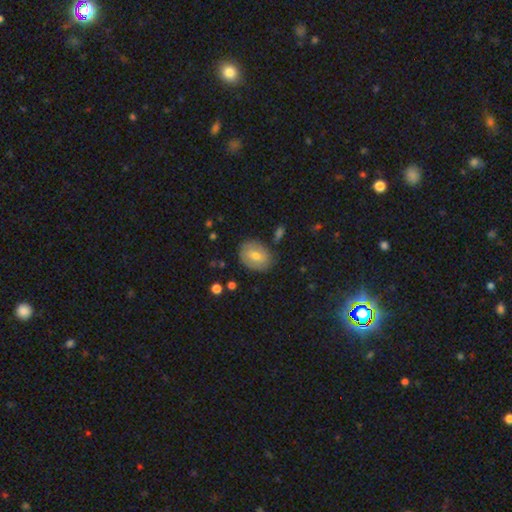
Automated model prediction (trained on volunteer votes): The model was most divided on "smooth or featured": smooth: 60%, featured or disk: 33%, star or artifact: 7%. More confident: merging — none (77%); how rounded — in between (68%).